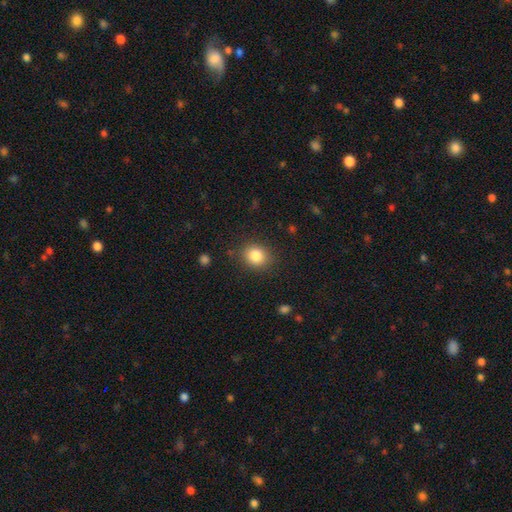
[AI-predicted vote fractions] Smooth or featured? smooth (84%)
How rounded? round (74%)
Merging? none (86%)